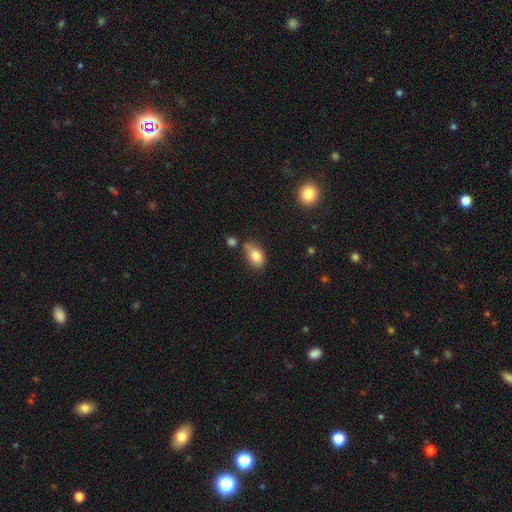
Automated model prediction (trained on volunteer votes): smooth-or-featured: smooth: 82% | featured or disk: 9% | star or artifact: 8%
  how-rounded: in between: 87% | round: 11% | cigar-shaped: 2%
  merging: none: 56% | minor disturbance: 26% | merger: 12% | major disturbance: 6%